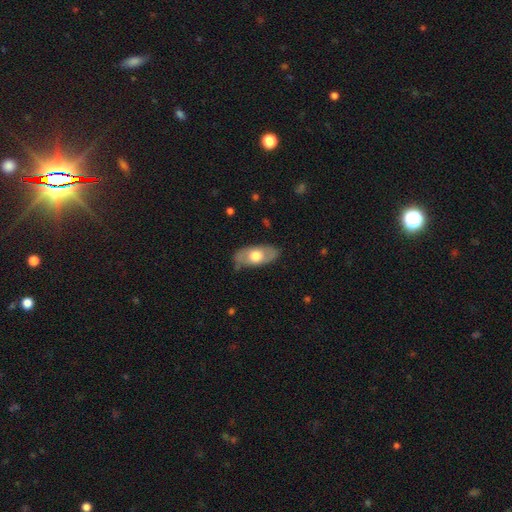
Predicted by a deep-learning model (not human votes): smooth_or_featured: smooth (p=0.56) [alt: featured or disk p=0.38]
how_rounded: in between (p=0.90) [alt: cigar-shaped p=0.06]
merging: none (p=0.80) [alt: minor disturbance p=0.15]